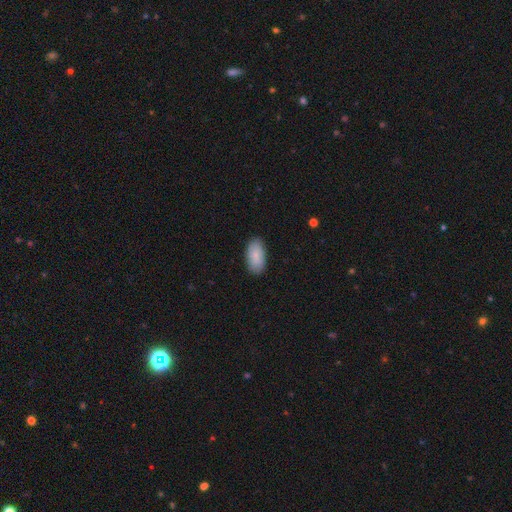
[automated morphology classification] Smooth or featured?
  - smooth: 85% *
  - featured or disk: 9%
  - star or artifact: 6%
How rounded?
  - in between: 94% *
  - cigar-shaped: 3%
  - round: 3%
Merging?
  - none: 86% *
  - minor disturbance: 10%
  - major disturbance: 2%
  - merger: 1%